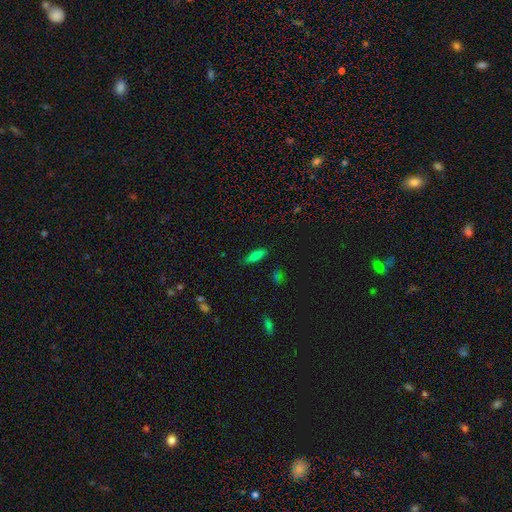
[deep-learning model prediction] Smooth or featured?
  - smooth: 76% *
  - star or artifact: 13%
  - featured or disk: 12%
How rounded?
  - in between: 57% *
  - cigar-shaped: 41%
  - round: 3%
Merging?
  - none: 84% *
  - minor disturbance: 12%
  - major disturbance: 3%
  - merger: 2%